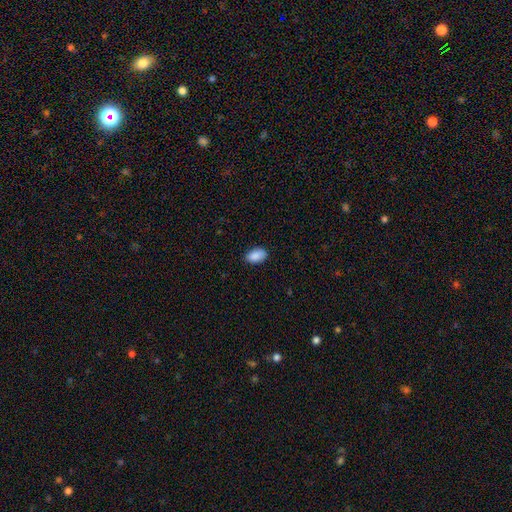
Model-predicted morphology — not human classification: A smooth galaxy with no disk features (89%) that is in between round and cigar-shaped (93%).

Vote fractions:
- Smooth or featured? smooth: 89% / star or artifact: 7% / featured or disk: 4%
- How rounded? in between: 93% / round: 6% / cigar-shaped: 1%
- Merging? none: 86% / minor disturbance: 11% / major disturbance: 2% / merger: 1%